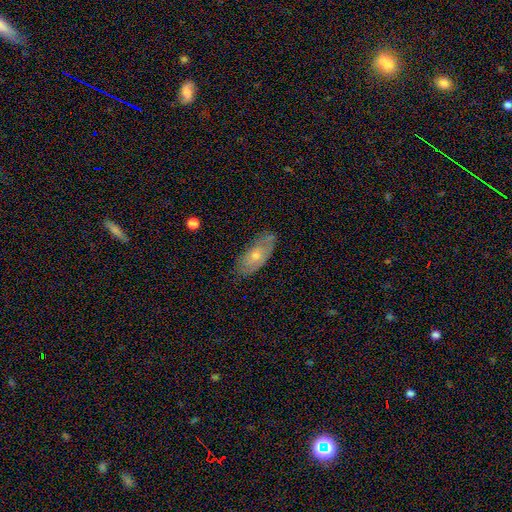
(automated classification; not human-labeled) Q: Smooth or featured?
A: smooth (49%); runner-up: featured or disk (44%)
Q: Merging?
A: none (72%); runner-up: minor disturbance (22%)